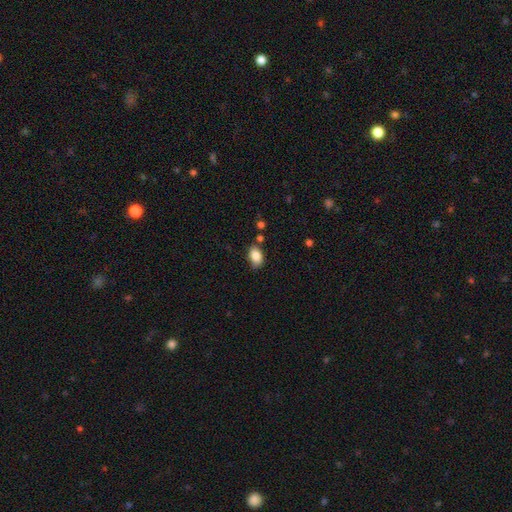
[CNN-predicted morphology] smooth 86%, star or artifact 8%, featured or disk 6%. Down the decision tree: how rounded — in between (87%); merging — none (73%).